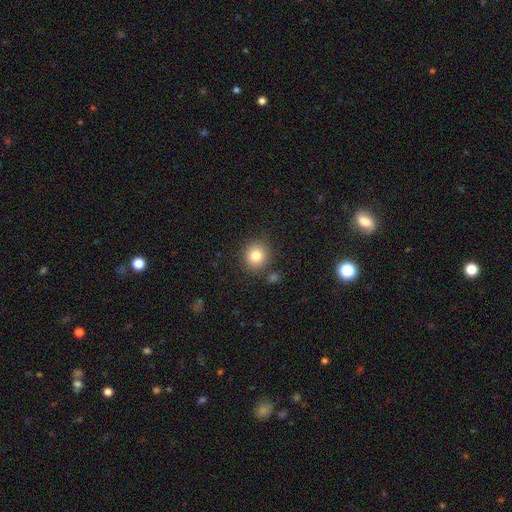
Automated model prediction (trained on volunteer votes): smooth-or-featured: smooth: 82% | star or artifact: 11% | featured or disk: 8%
  how-rounded: round: 88% | in between: 11% | cigar-shaped: 1%
  merging: none: 85% | minor disturbance: 8% | merger: 4% | major disturbance: 3%